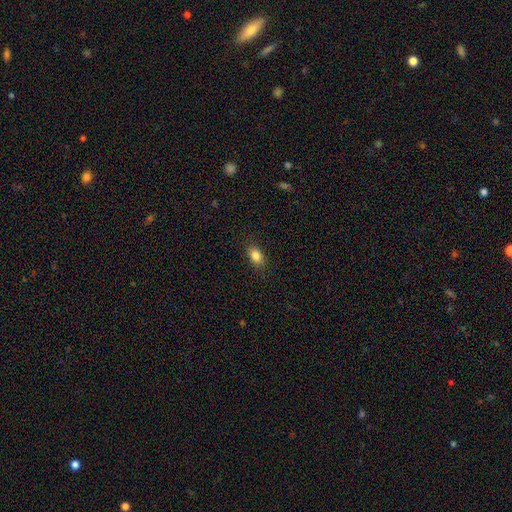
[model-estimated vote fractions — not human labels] This appears to be a smooth galaxy with no disk features (85%) that is in between round and cigar-shaped (81%). Merging: none (86%).